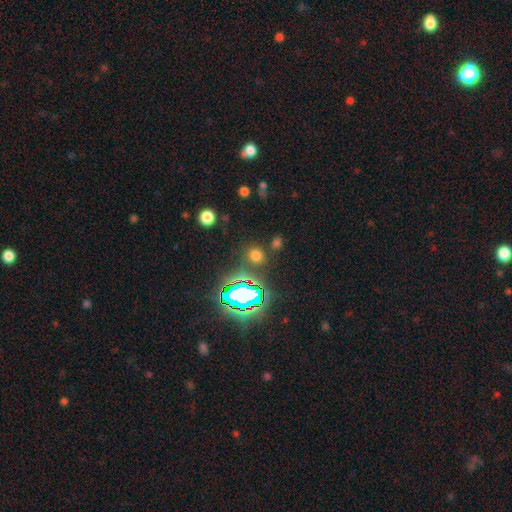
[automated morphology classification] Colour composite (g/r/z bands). It shows a smooth galaxy with no disk features (59%) that is round (82%). Merging: none (82%).